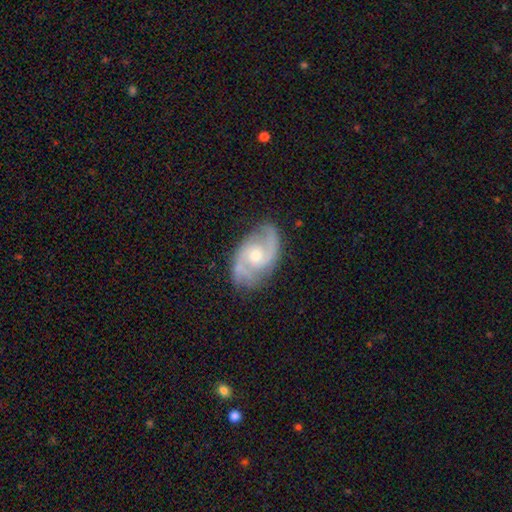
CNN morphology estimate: featured or disk 88%, smooth 7%, star or artifact 5%. Down the decision tree: edge-on disk — no (97%); bar — no (59%); spiral arms — yes (97%); spiral arm count — 2 (84%); spiral winding — medium (53%); bulge size — moderate (67%); merging — none (79%).